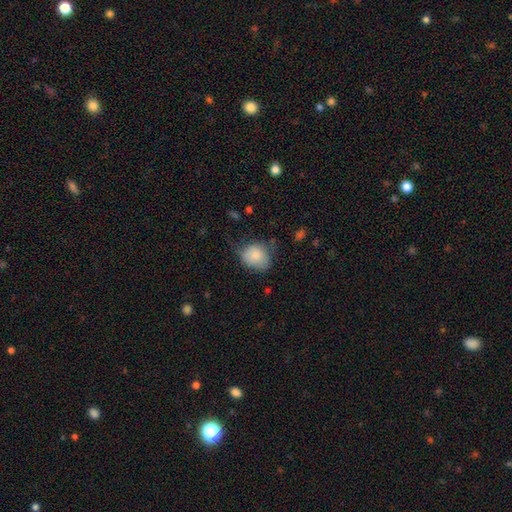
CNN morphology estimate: This appears to be a smooth galaxy with no disk features (80%) that is round (65%). Merging: none (50%).